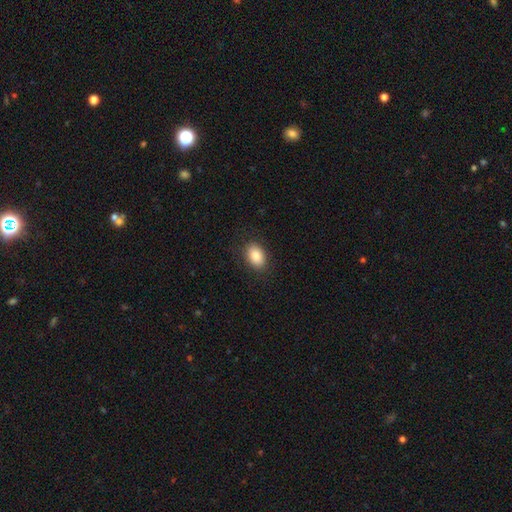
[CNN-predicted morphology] smooth_or_featured: smooth (p=0.87) [alt: star or artifact p=0.08]
how_rounded: in between (p=0.83) [alt: round p=0.16]
merging: none (p=0.87) [alt: minor disturbance p=0.09]